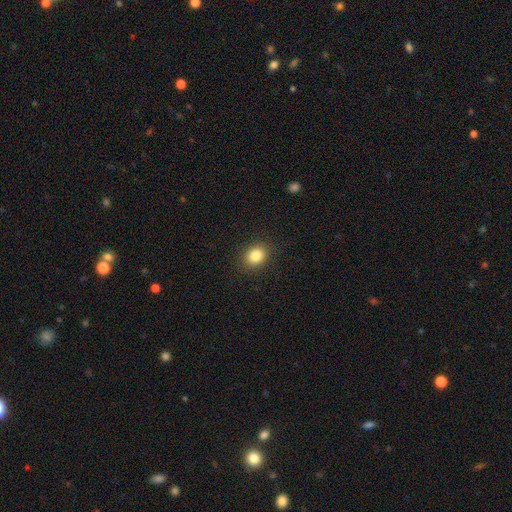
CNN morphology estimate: Smooth or featured?
  - smooth: 84% *
  - star or artifact: 10%
  - featured or disk: 6%
How rounded?
  - round: 52% *
  - in between: 47%
  - cigar-shaped: 1%
Merging?
  - none: 89% *
  - minor disturbance: 8%
  - major disturbance: 2%
  - merger: 1%